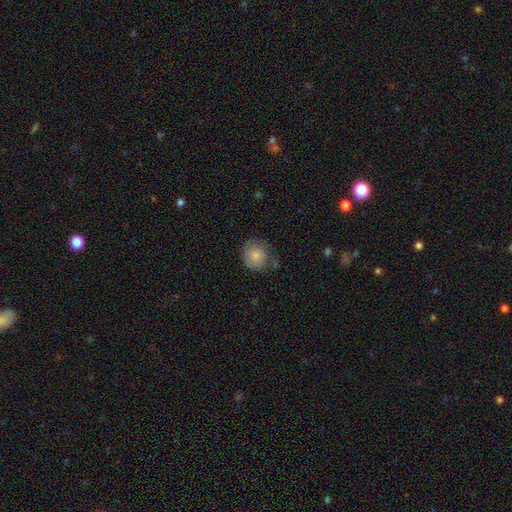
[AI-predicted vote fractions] Morphology: type=smooth (81%); roundness=round (87%); merging=none (66%).